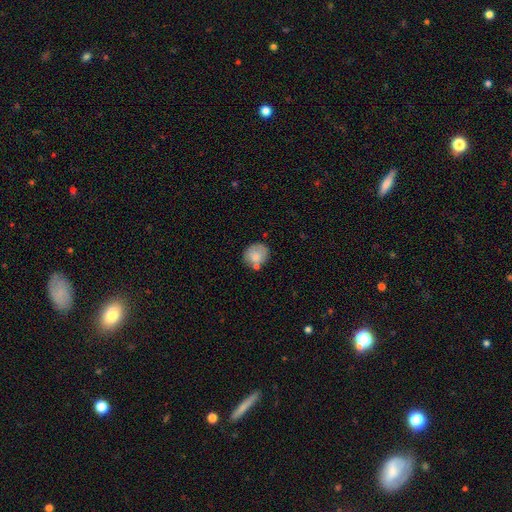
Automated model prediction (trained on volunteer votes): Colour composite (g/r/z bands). It shows a smooth galaxy with no disk features (77%) that is round (72%). Merging: none (58%).